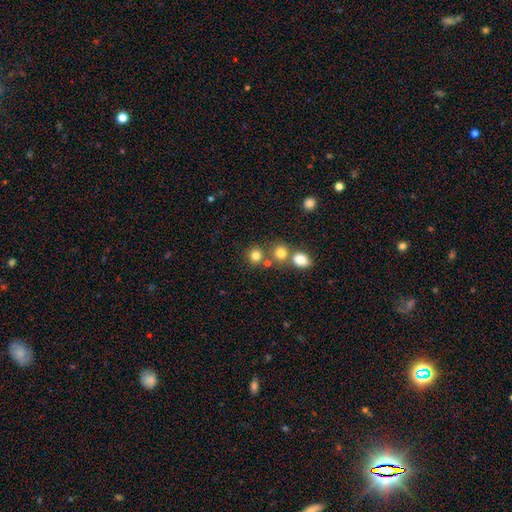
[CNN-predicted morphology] Overall: smooth (78%). How rounded: round (88%). Merging: none (68%).